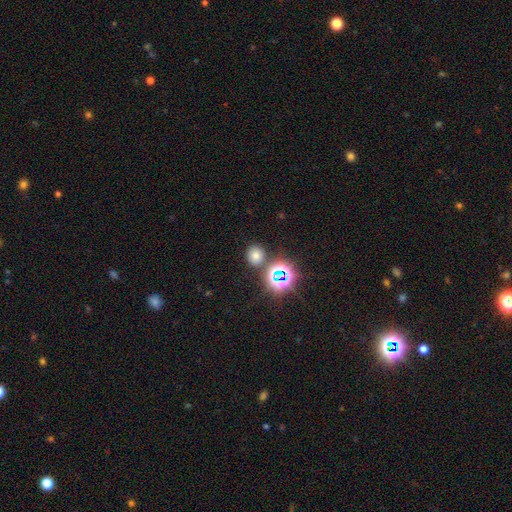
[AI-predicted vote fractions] smooth_or_featured: smooth (p=0.65) [alt: star or artifact p=0.28]
how_rounded: round (p=0.74) [alt: in between p=0.25]
merging: none (p=0.82) [alt: minor disturbance p=0.08]